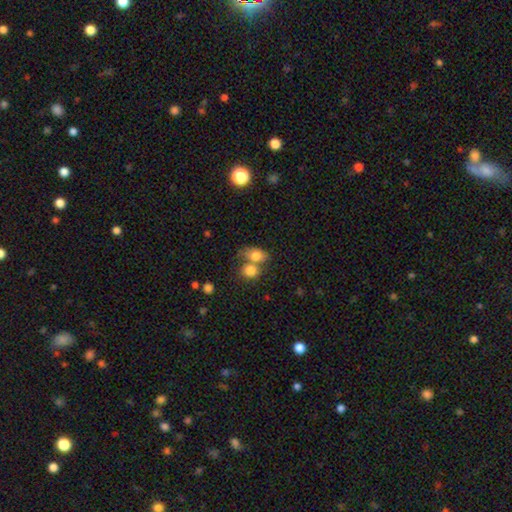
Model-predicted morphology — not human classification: Smooth or featured? smooth (78%)
How rounded? in between (74%)
Merging? merger (55%)